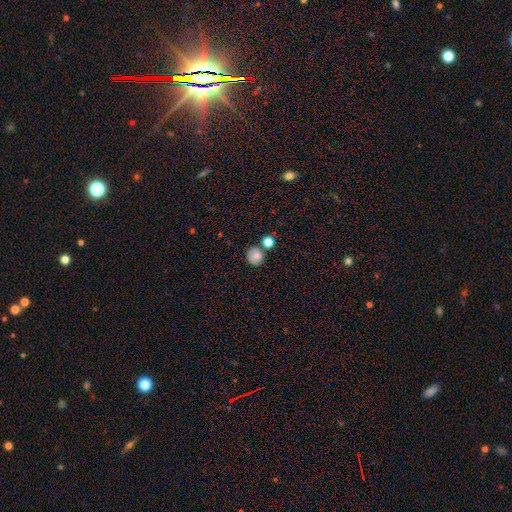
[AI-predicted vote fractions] A smooth galaxy with no disk features (81%) that is round (88%).

Vote fractions:
- Smooth or featured? smooth: 81% / star or artifact: 10% / featured or disk: 9%
- How rounded? round: 88% / in between: 11% / cigar-shaped: 1%
- Merging? none: 71% / merger: 14% / minor disturbance: 12% / major disturbance: 3%